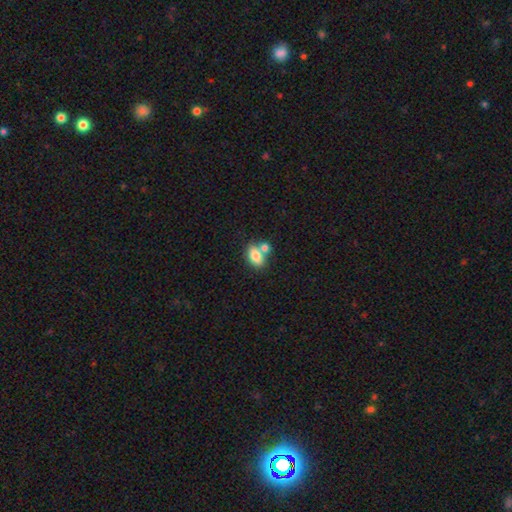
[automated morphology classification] type=smooth (80%); roundness=in between (85%); merging=none (46%).